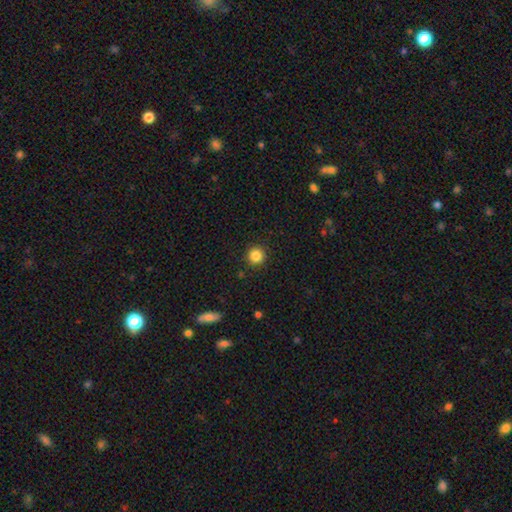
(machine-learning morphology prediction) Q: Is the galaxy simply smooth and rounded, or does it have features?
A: smooth — 85%.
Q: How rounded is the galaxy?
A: round — 94%.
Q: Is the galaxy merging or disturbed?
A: none — 91%.